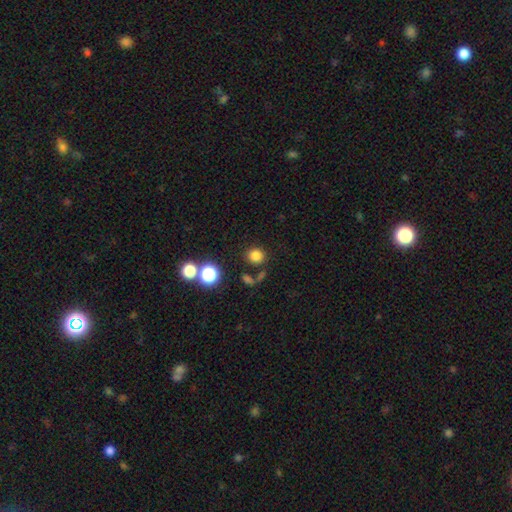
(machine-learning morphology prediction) Overall: smooth (80%). How rounded: round (84%). Merging: none (78%).